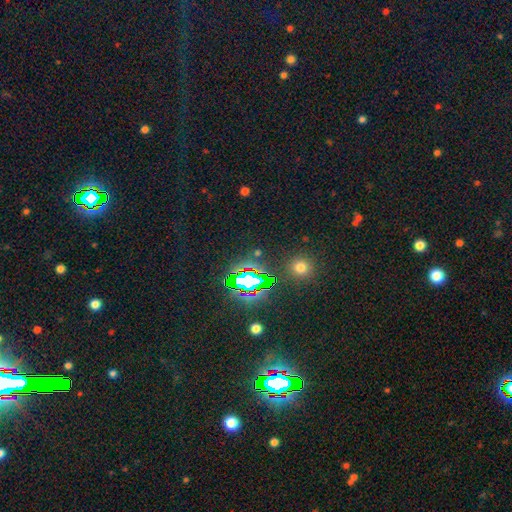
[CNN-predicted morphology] Q: Smooth or featured?
A: star or artifact (77%); runner-up: smooth (14%)